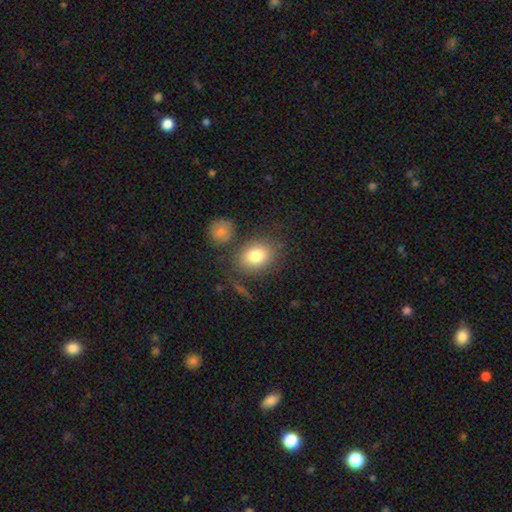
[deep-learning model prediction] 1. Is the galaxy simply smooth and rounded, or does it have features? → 80% smooth, 11% featured or disk, 9% star or artifact.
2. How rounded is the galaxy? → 57% in between, 42% round, 1% cigar-shaped.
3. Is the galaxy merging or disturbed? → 74% none, 13% minor disturbance, 8% merger, 6% major disturbance.